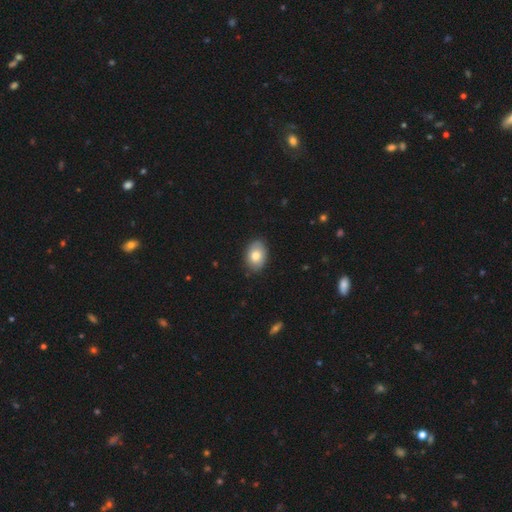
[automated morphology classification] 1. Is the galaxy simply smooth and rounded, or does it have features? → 78% smooth, 15% featured or disk, 7% star or artifact.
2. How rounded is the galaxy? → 80% in between, 19% round, 1% cigar-shaped.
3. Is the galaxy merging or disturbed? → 86% none, 11% minor disturbance, 2% major disturbance, 1% merger.